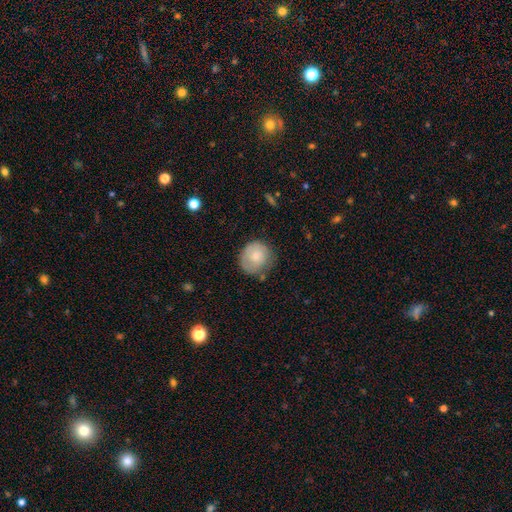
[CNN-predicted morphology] type=smooth (70%); roundness=round (85%); merging=none (64%).